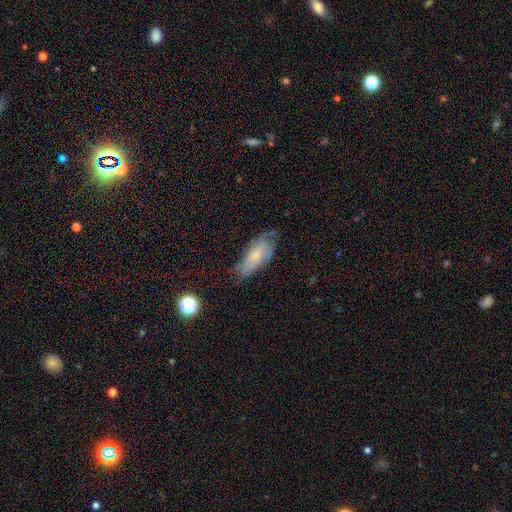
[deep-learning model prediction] smooth-or-featured: smooth: 46% (tied) | featured or disk: 46% (tied) | star or artifact: 9%
  merging: none: 49% | minor disturbance: 34% | major disturbance: 15% | merger: 2%